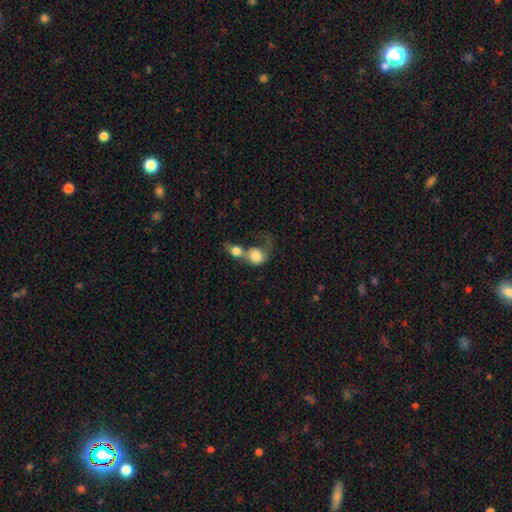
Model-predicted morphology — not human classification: A smooth galaxy with no disk features (69%) that is round (69%). Merging: merger (71%).